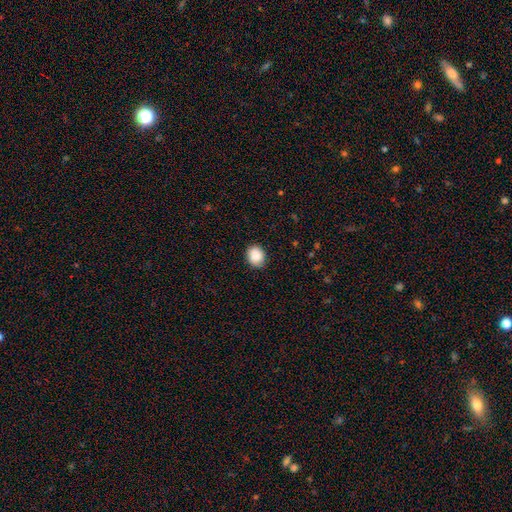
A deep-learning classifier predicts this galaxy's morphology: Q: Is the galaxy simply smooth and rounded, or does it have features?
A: smooth — 87%.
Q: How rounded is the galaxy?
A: round — 58%.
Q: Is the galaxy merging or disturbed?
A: none — 85%.